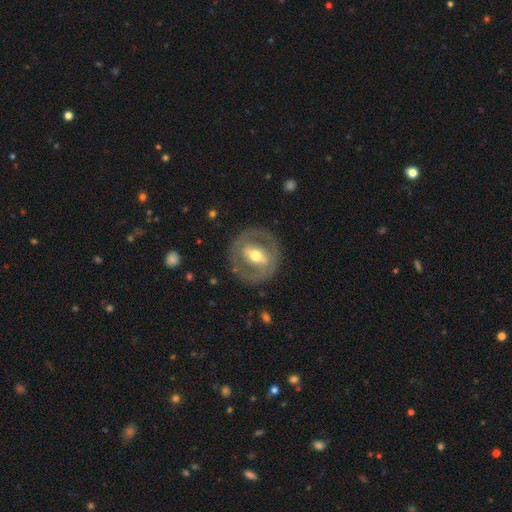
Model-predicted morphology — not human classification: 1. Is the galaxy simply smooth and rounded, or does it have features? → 69% featured or disk, 26% smooth, 5% star or artifact.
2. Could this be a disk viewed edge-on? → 92% no, 8% yes.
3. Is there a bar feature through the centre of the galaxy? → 48% strong, 32% weak, 20% no.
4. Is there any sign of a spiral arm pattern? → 71% no, 29% yes.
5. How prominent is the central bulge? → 69% moderate, 20% small, 9% large, 1% dominant, 1% none.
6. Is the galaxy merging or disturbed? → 82% none, 10% minor disturbance, 7% major disturbance, 1% merger.